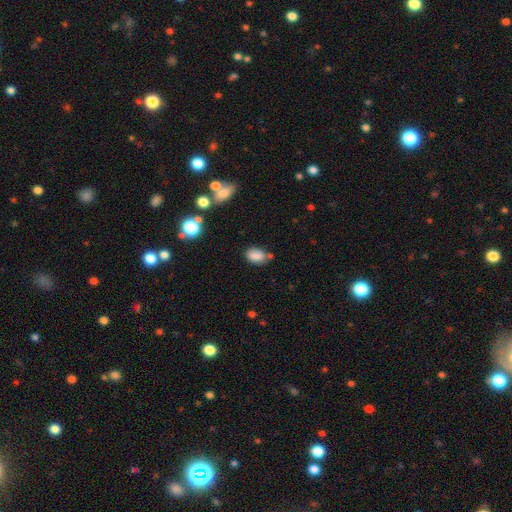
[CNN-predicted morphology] smooth_or_featured: smooth (p=0.83) [alt: star or artifact p=0.10]
how_rounded: in between (p=0.85) [alt: round p=0.14]
merging: none (p=0.67) [alt: minor disturbance p=0.20]